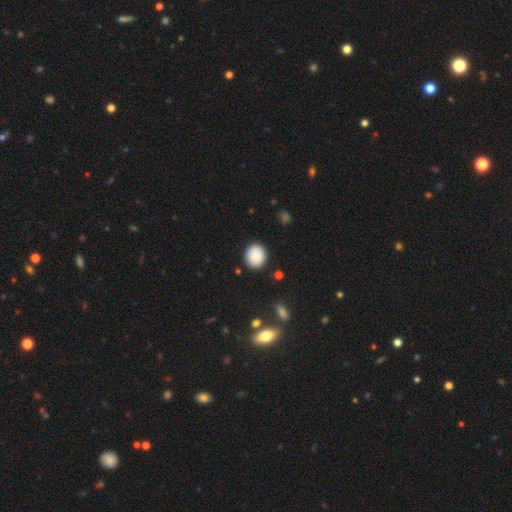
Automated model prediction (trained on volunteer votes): A smooth galaxy with no disk features (85%) that is round (76%). Merging: none (89%).